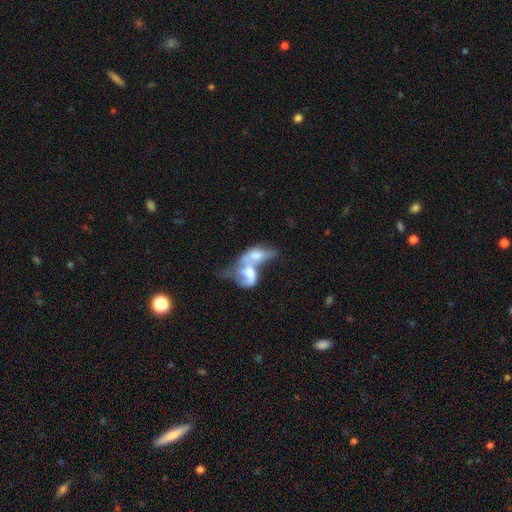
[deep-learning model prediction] The model was most divided on "smooth or featured": featured or disk: 49%, smooth: 43%, star or artifact: 8%. More confident: merging — merger (80%).